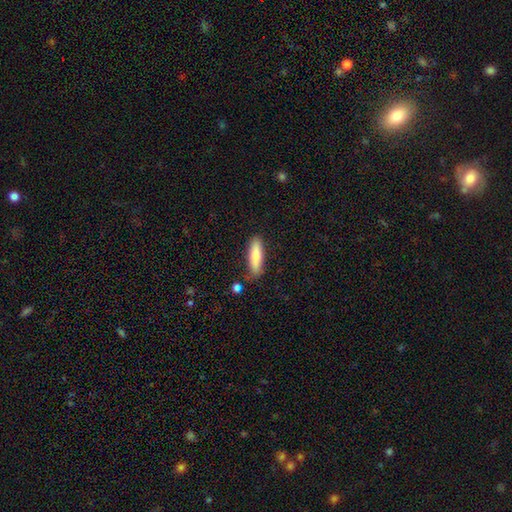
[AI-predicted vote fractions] A smooth galaxy with no disk features (84%) that is cigar-shaped (59%).

Vote fractions:
- Smooth or featured? smooth: 84% / featured or disk: 10% / star or artifact: 6%
- How rounded? cigar-shaped: 59% / in between: 39% / round: 2%
- Merging? none: 81% / minor disturbance: 13% / merger: 3% / major disturbance: 3%